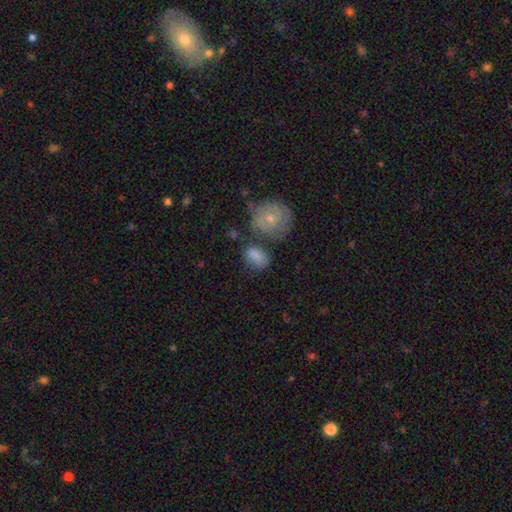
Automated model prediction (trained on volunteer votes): Smooth or featured? Predicted: smooth (p=0.72). How rounded? Predicted: in between (p=0.72). Merging? Predicted: none (p=0.53).